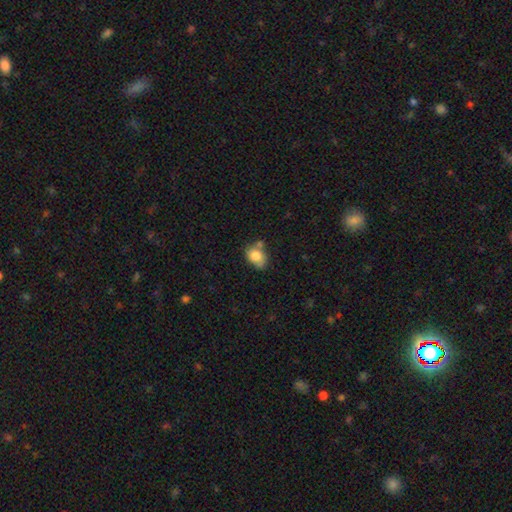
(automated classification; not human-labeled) Morphology: type=smooth (78%); roundness=in between (69%); merging=none (45%).